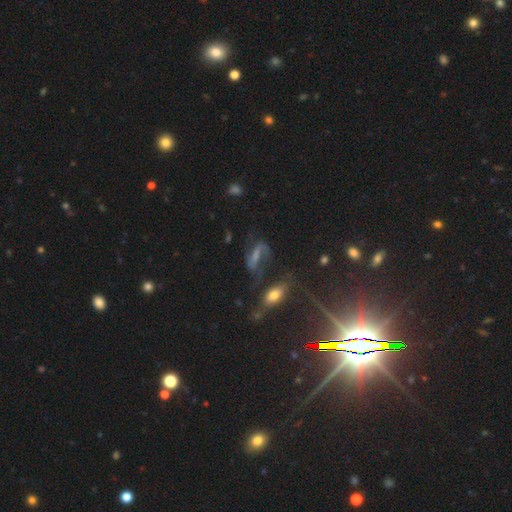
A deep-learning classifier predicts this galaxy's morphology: Smooth or featured? Predicted: featured or disk (p=0.44). Merging? Predicted: none (p=0.49).